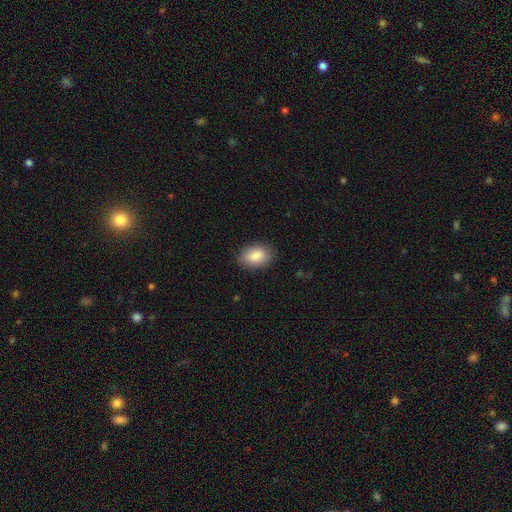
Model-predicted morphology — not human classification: smooth 86%, star or artifact 7%, featured or disk 6%. Down the decision tree: how rounded — in between (85%); merging — none (87%).